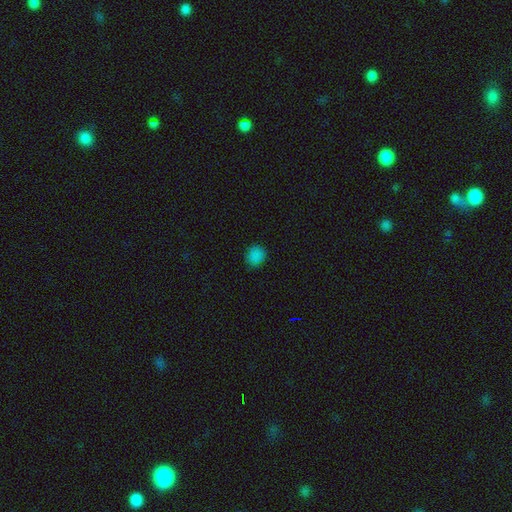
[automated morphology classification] Smooth or featured? smooth (82%)
How rounded? round (83%)
Merging? none (86%)